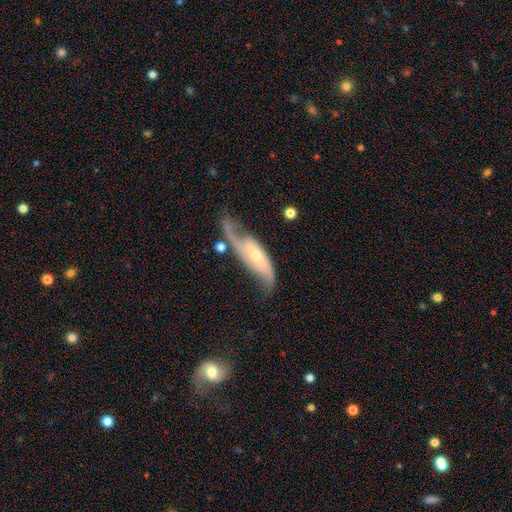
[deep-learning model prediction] featured or disk 78%, smooth 16%, star or artifact 6%. Down the decision tree: edge-on disk — no (84%); bar — no (45%); spiral arms — yes (92%); spiral arm count — 2 (78%); spiral winding — loose (56%); bulge size — small (62%); merging — none (47%).